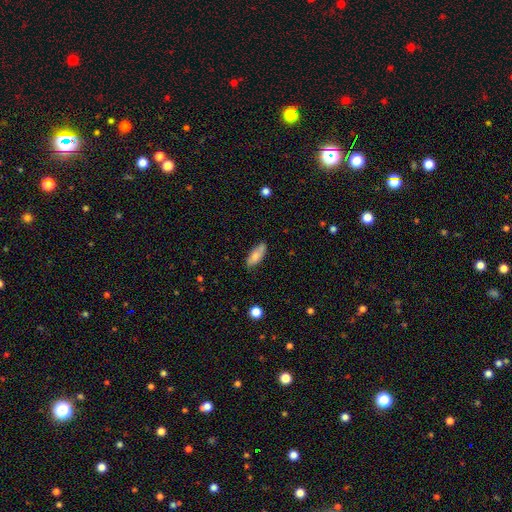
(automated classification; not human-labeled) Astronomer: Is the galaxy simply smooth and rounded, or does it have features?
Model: smooth — 77%.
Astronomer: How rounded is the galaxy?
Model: in between — 72%.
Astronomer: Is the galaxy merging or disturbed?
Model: none — 75%.